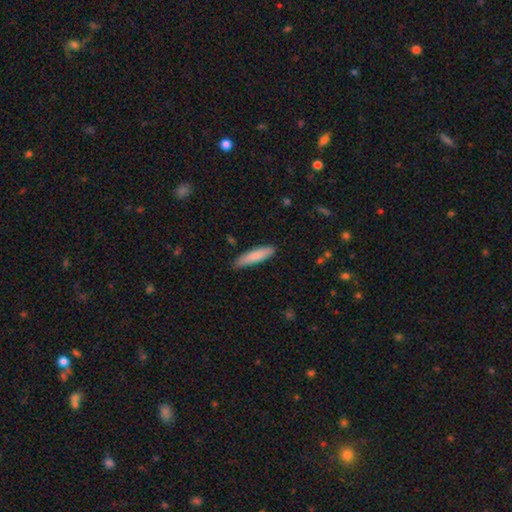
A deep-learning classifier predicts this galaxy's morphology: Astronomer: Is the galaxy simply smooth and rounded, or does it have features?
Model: smooth — 82%.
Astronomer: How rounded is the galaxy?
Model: cigar-shaped — 76%.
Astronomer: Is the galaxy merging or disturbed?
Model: none — 85%.